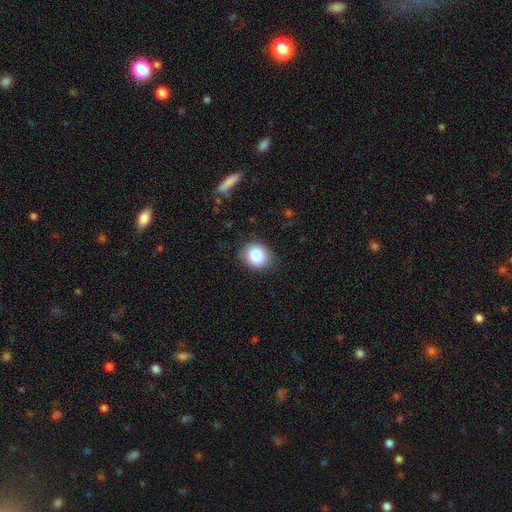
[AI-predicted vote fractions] Q: Smooth or featured?
A: smooth (83%); runner-up: star or artifact (10%)
Q: How rounded?
A: round (70%); runner-up: in between (29%)
Q: Merging?
A: none (86%); runner-up: minor disturbance (10%)